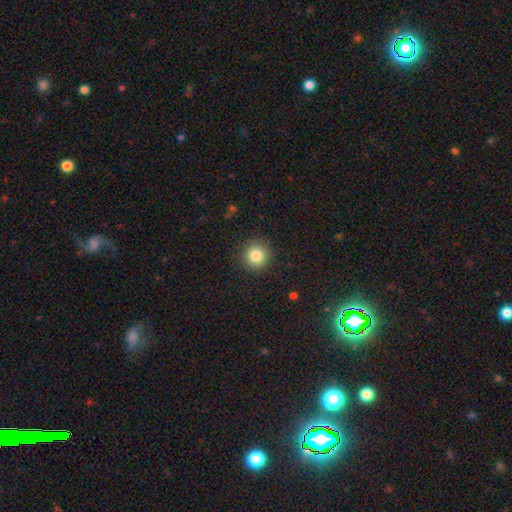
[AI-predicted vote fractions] A smooth galaxy with no disk features (84%) that is round (94%).

Vote fractions:
- Smooth or featured? smooth: 84% / star or artifact: 10% / featured or disk: 6%
- How rounded? round: 94% / in between: 5% / cigar-shaped: 1%
- Merging? none: 90% / minor disturbance: 7% / major disturbance: 2% / merger: 1%